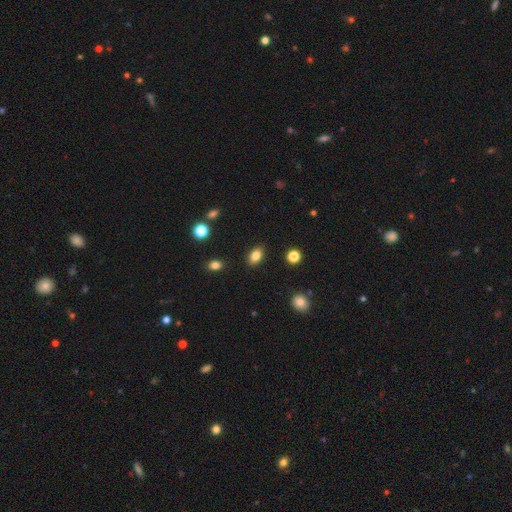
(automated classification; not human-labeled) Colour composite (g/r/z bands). It shows a smooth galaxy with no disk features (82%) that is in between round and cigar-shaped (85%). Merging: none (88%).